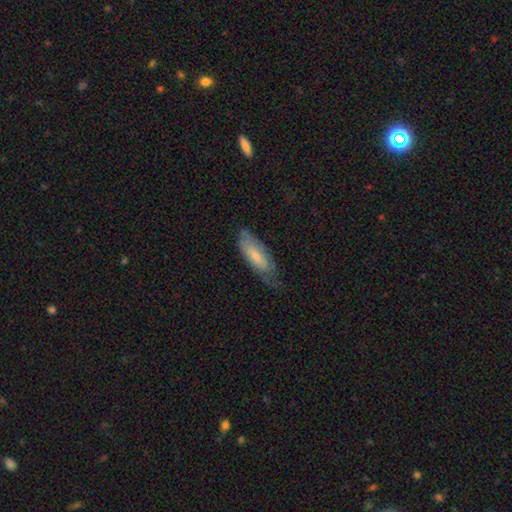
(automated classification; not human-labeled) smooth 62%, featured or disk 32%, star or artifact 6%. Down the decision tree: how rounded — in between (63%); merging — none (55%).